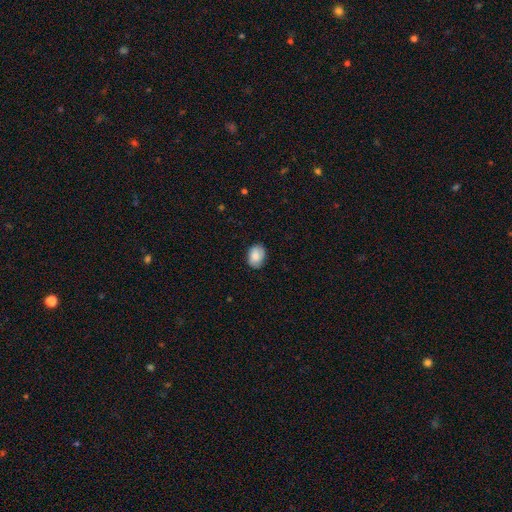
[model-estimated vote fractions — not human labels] smooth_or_featured: smooth (p=0.75) [alt: featured or disk p=0.17]
how_rounded: in between (p=0.76) [alt: round p=0.23]
merging: none (p=0.78) [alt: minor disturbance p=0.18]